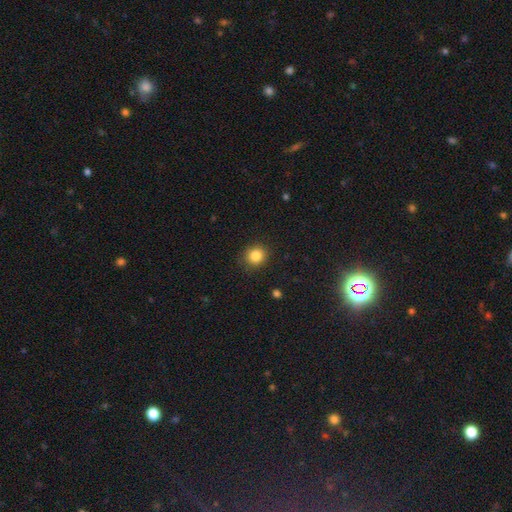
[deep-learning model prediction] Q: Smooth or featured?
A: smooth (84%); runner-up: star or artifact (11%)
Q: How rounded?
A: round (82%); runner-up: in between (17%)
Q: Merging?
A: none (88%); runner-up: minor disturbance (8%)